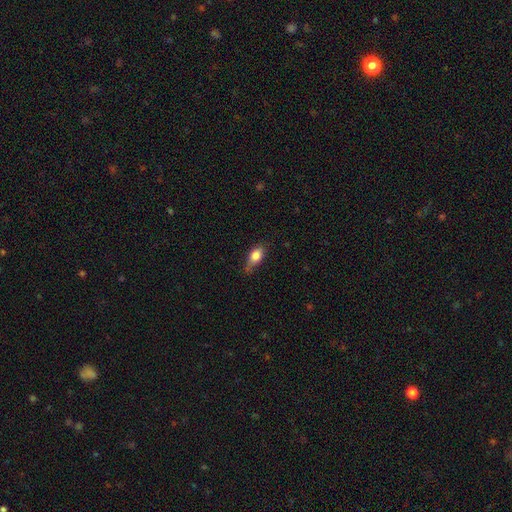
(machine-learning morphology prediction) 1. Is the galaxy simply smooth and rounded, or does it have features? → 80% smooth, 13% featured or disk, 8% star or artifact.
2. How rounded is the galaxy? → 81% in between, 10% cigar-shaped, 8% round.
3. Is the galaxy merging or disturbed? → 56% none, 34% minor disturbance, 7% major disturbance, 2% merger.